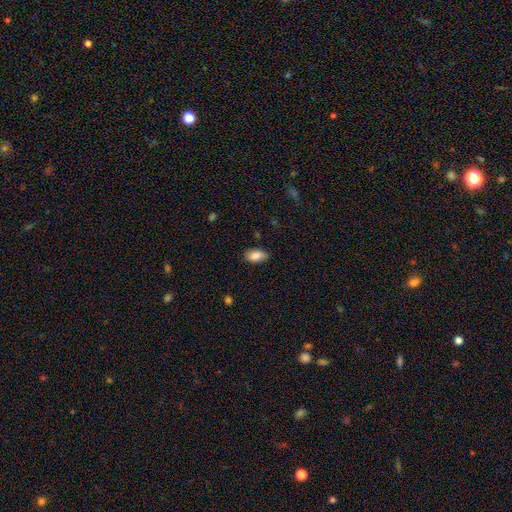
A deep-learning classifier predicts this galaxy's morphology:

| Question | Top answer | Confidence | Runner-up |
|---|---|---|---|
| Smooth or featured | smooth | 86% | featured or disk (7%) |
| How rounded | in between | 92% | round (5%) |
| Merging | none | 79% | minor disturbance (17%) |